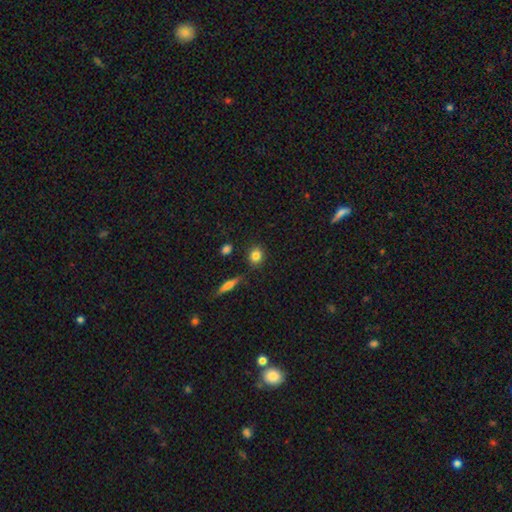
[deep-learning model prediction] Smooth or featured? smooth (82%)
How rounded? round (71%)
Merging? none (86%)